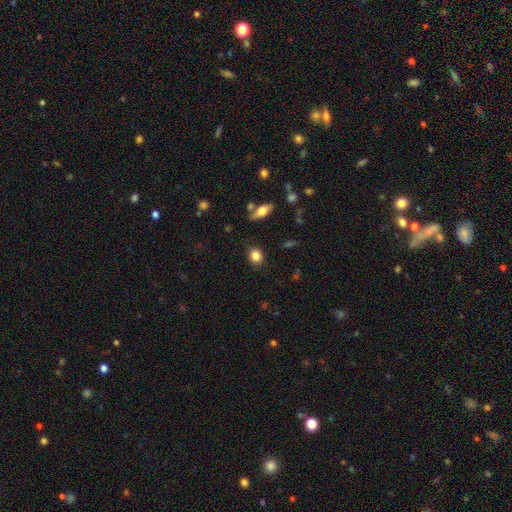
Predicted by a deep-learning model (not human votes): The model was most divided on "how rounded": round: 62%, in between: 36%, cigar-shaped: 2%. More confident: merging — none (87%); smooth or featured — smooth (84%).